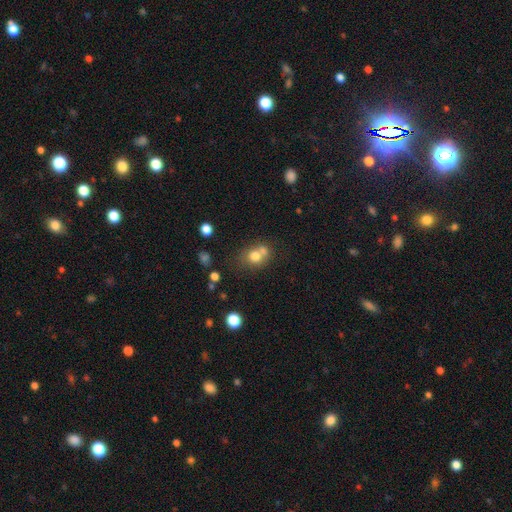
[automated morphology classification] Overall: smooth (74%). How rounded: round (69%; in between 30%). Merging: merger (45%; none 40%).